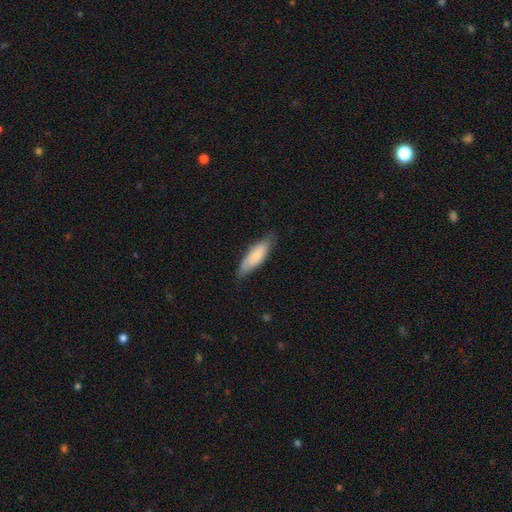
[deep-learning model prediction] smooth 73%, featured or disk 21%, star or artifact 5%. Down the decision tree: how rounded — in between (54%); merging — none (73%).